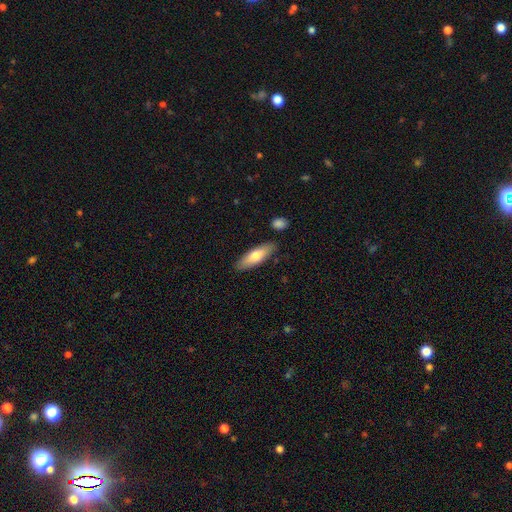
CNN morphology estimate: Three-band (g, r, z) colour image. It shows a smooth galaxy with no disk features (70%) that is in between round and cigar-shaped (50%). Merging: none (85%).